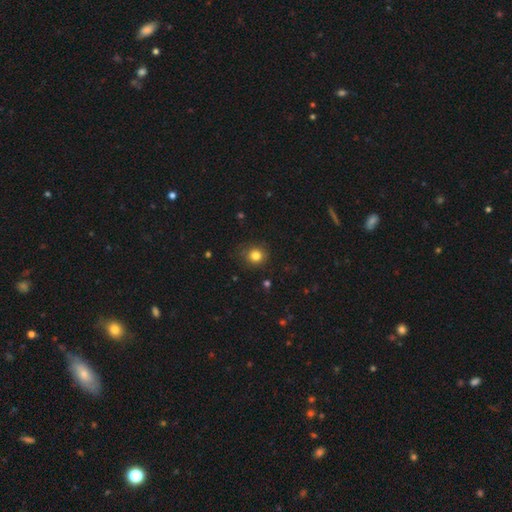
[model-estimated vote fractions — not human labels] A smooth galaxy with no disk features (82%) that is round (89%). Merging: none (83%).